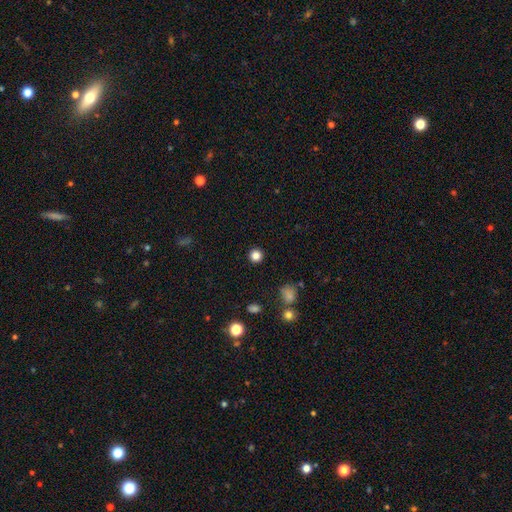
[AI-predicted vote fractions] Smooth or featured? smooth (83%)
How rounded? round (95%)
Merging? none (92%)